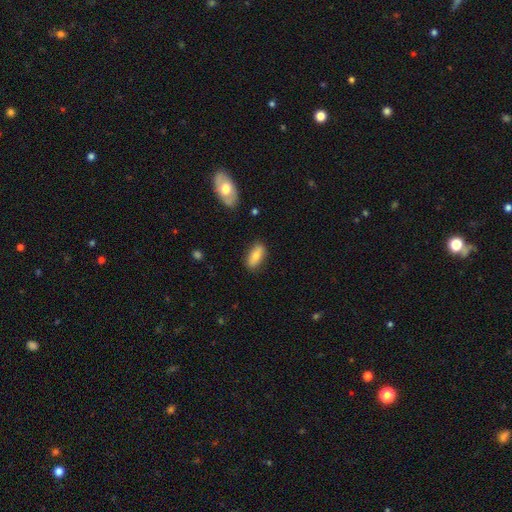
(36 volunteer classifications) Smooth or featured? 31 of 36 (86%) said smooth. How rounded? 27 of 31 (87%) said in between. Merging? 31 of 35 (89%) said none.